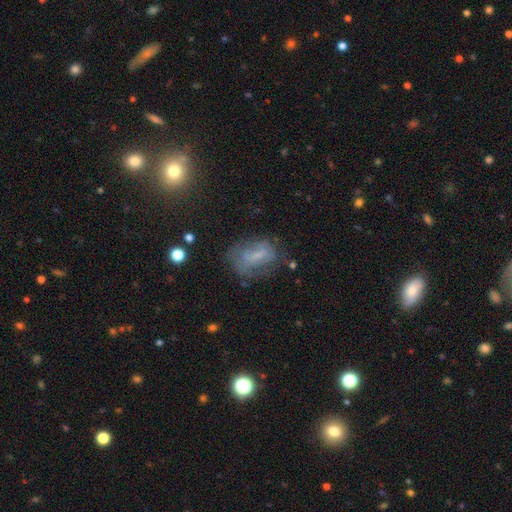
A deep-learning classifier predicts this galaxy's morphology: smooth-or-featured: featured or disk: 44% | smooth: 41% | star or artifact: 14%
  merging: none: 50% | minor disturbance: 26% | major disturbance: 21% | merger: 3%